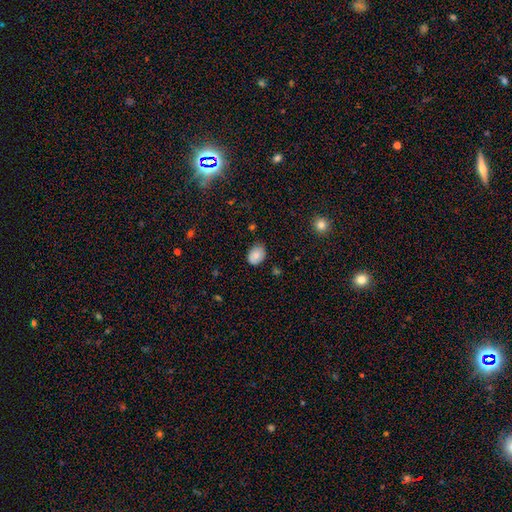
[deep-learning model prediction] Morphology: type=smooth (82%); roundness=in between (70%); merging=none (72%).